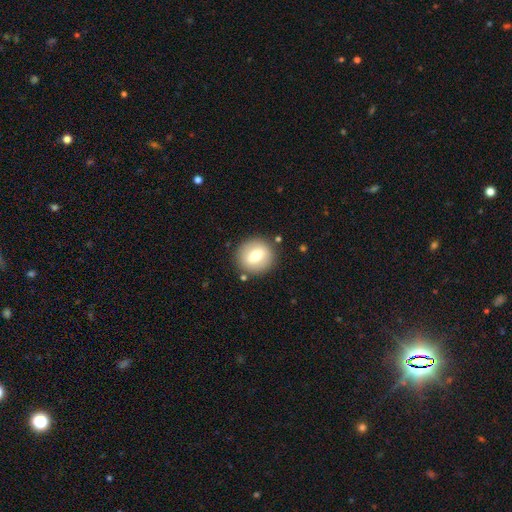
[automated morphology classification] smooth_or_featured: smooth (p=0.66) [alt: featured or disk p=0.26]
how_rounded: round (p=0.88) [alt: in between p=0.10]
merging: none (p=0.87) [alt: minor disturbance p=0.08]